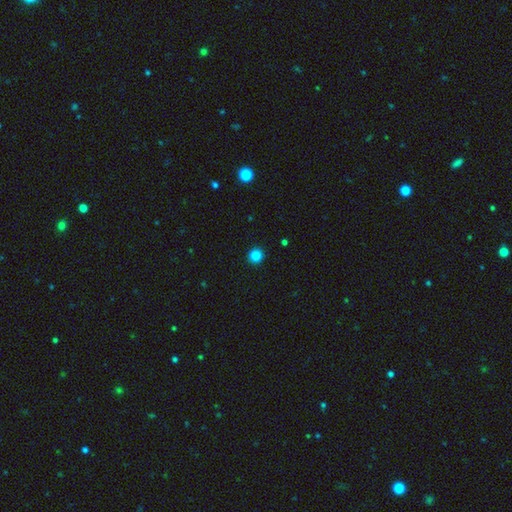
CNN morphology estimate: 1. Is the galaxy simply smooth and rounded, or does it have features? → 86% smooth, 11% star or artifact, 3% featured or disk.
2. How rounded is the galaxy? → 94% round, 5% in between, 1% cigar-shaped.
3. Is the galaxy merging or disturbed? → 93% none, 5% minor disturbance, 2% major disturbance, 1% merger.